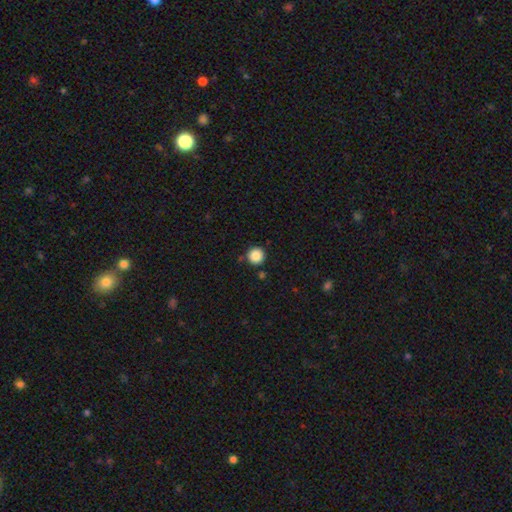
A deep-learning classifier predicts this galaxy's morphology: Q: Smooth or featured?
A: smooth (87%); runner-up: star or artifact (10%)
Q: How rounded?
A: round (96%); runner-up: in between (3%)
Q: Merging?
A: none (87%); runner-up: minor disturbance (8%)